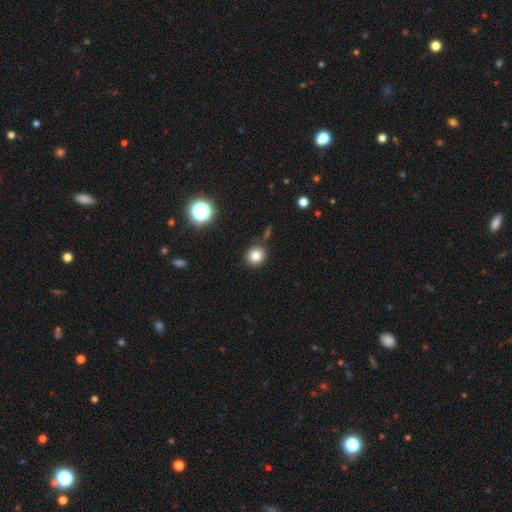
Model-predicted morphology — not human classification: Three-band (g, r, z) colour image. It shows a smooth galaxy with no disk features (81%) that is round (84%). Merging: none (84%).